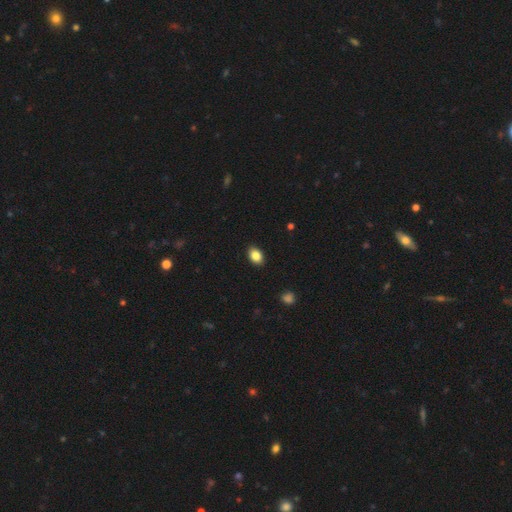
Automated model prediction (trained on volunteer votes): Smooth or featured?
  - smooth: 86% *
  - star or artifact: 9%
  - featured or disk: 5%
How rounded?
  - in between: 80% *
  - round: 19%
  - cigar-shaped: 1%
Merging?
  - none: 90% *
  - minor disturbance: 8%
  - major disturbance: 2%
  - merger: 1%